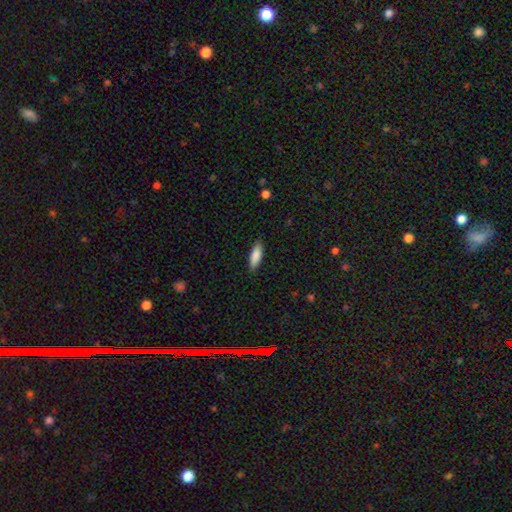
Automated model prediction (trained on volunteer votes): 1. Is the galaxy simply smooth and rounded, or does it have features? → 87% smooth, 7% featured or disk, 6% star or artifact.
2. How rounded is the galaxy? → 57% in between, 41% cigar-shaped, 2% round.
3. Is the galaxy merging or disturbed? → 88% none, 9% minor disturbance, 2% major disturbance, 1% merger.